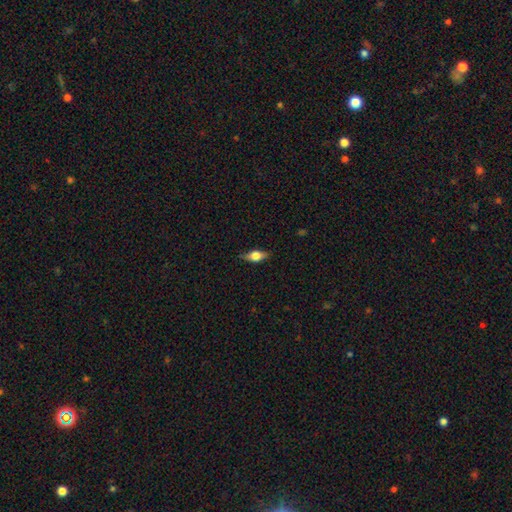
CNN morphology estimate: Overall: smooth (53%; featured or disk 39%). How rounded: in between (74%). Merging: none (81%).